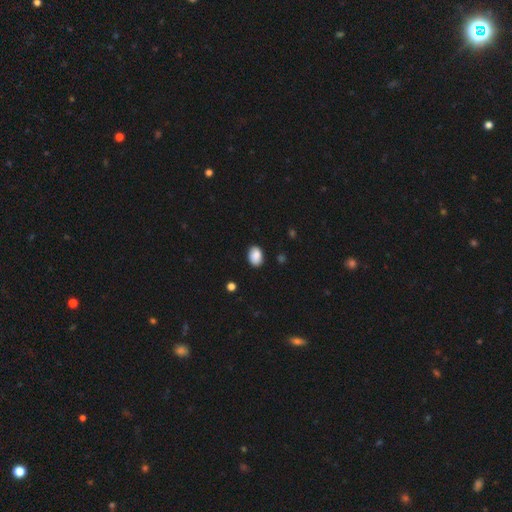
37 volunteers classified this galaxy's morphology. Smooth or featured: smooth — 97% (star or artifact — 3%)
How rounded: in between — 83% (round — 17%)
Merging: none — 86% (minor disturbance — 8%)